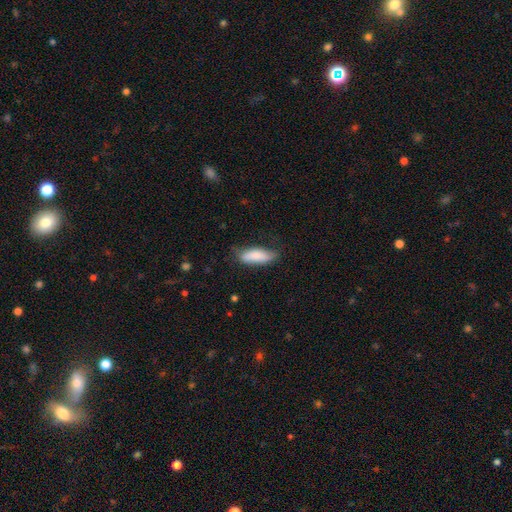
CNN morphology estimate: Q: Smooth or featured?
A: smooth (83%); runner-up: featured or disk (11%)
Q: How rounded?
A: in between (64%); runner-up: cigar-shaped (34%)
Q: Merging?
A: none (65%); runner-up: minor disturbance (27%)